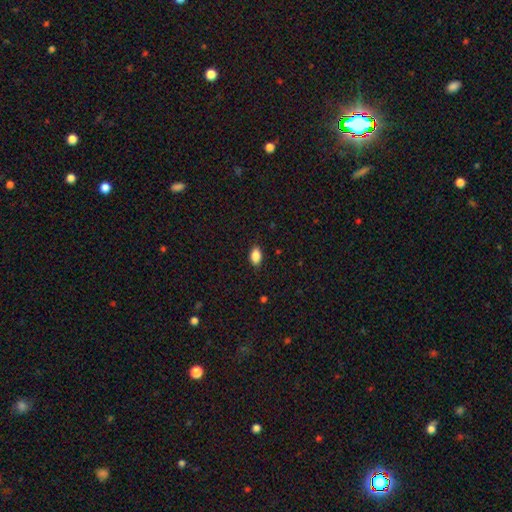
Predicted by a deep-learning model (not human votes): Smooth or featured: smooth — 88% (star or artifact — 8%)
How rounded: in between — 88% (round — 10%)
Merging: none — 86% (minor disturbance — 10%)